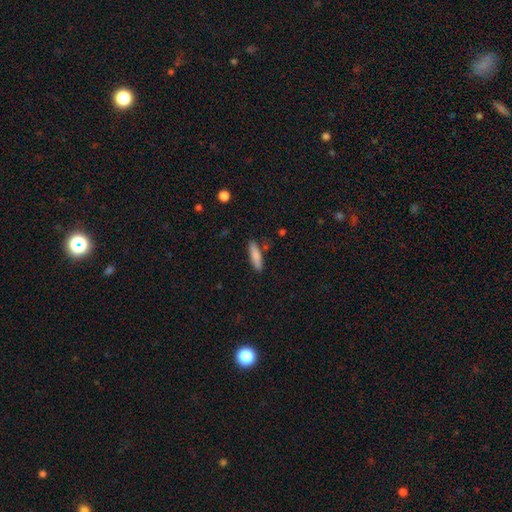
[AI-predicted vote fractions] This is clearly a smooth galaxy (83%). How rounded: likely cigar-shaped (67%). Merging: clearly none (83%).